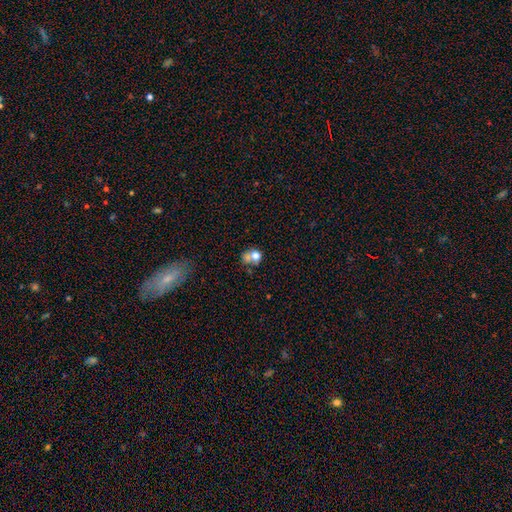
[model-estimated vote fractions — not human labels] Smooth or featured?
  - smooth: 68% *
  - featured or disk: 18%
  - star or artifact: 14%
How rounded?
  - round: 63% *
  - in between: 36%
  - cigar-shaped: 1%
Merging?
  - merger: 39% *
  - none: 33%
  - minor disturbance: 15%
  - major disturbance: 13%